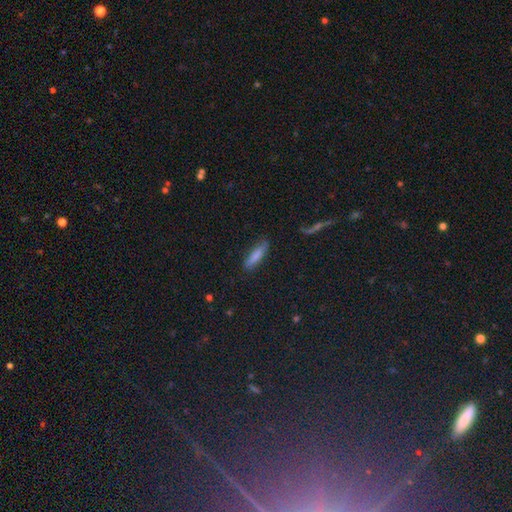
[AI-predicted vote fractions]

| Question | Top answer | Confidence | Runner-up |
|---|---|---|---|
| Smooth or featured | smooth | 78% | featured or disk (15%) |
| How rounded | cigar-shaped | 72% | in between (26%) |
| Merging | none | 82% | minor disturbance (14%) |